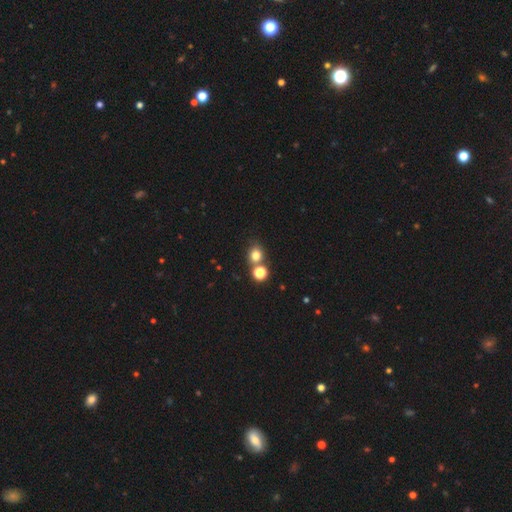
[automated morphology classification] The model was most divided on "merging": none: 61%, merger: 26%, minor disturbance: 9%, major disturbance: 4%. More confident: smooth or featured — smooth (77%); how rounded — round (76%).